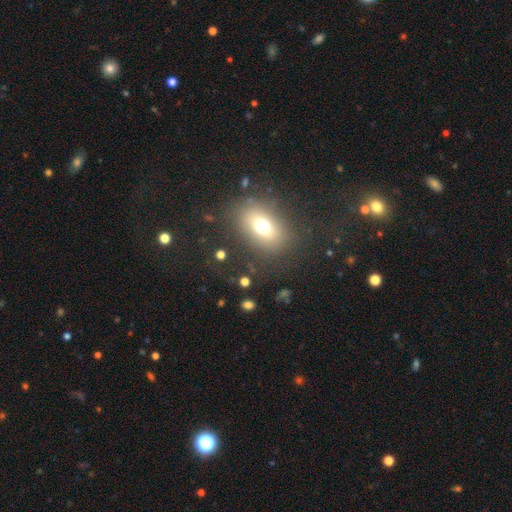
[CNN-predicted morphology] Smooth or featured? Predicted: smooth (p=0.61). How rounded? Predicted: in between (p=0.71). Merging? Predicted: none (p=0.81).